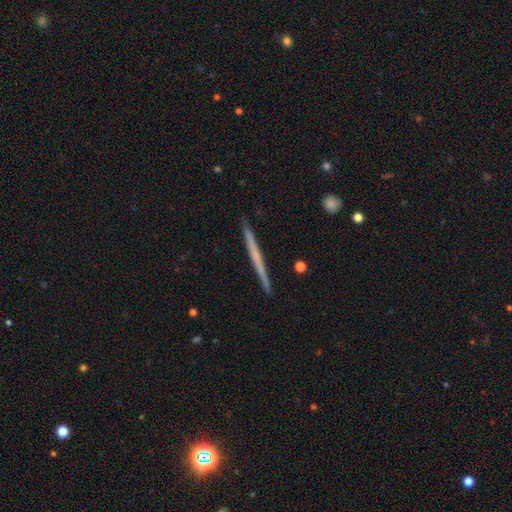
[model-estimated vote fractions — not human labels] smooth_or_featured: featured or disk (p=0.58) [alt: smooth p=0.36]
disk_edge_on: yes (p=0.98) [alt: no p=0.02]
edge_on_bulge: none (p=0.81) [alt: rounded p=0.15]
merging: none (p=0.92) [alt: minor disturbance p=0.06]